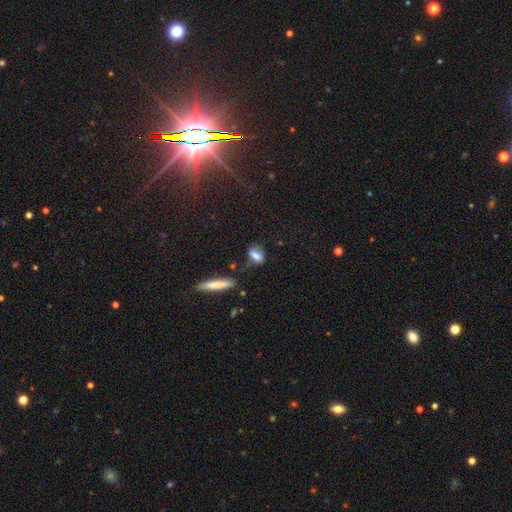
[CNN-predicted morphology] Q: Smooth or featured?
A: smooth (70%); runner-up: featured or disk (18%)
Q: How rounded?
A: in between (71%); runner-up: cigar-shaped (16%)
Q: Merging?
A: none (56%); runner-up: minor disturbance (25%)